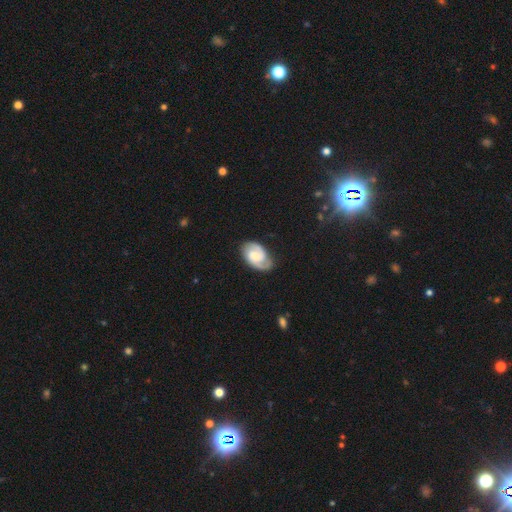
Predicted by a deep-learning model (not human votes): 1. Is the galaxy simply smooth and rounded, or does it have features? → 76% featured or disk, 19% smooth, 6% star or artifact.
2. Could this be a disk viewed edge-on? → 97% no, 3% yes.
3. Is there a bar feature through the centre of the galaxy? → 49% no, 42% weak, 9% strong.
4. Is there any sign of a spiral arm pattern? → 95% yes, 5% no.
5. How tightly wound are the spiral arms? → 44% medium (tied), 44% tight (tied), 13% loose.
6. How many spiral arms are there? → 84% 2, 7% can't tell, 6% 1, 2% 3, 1% 4, 1% more than 4.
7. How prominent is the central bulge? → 38% moderate, 36% small, 14% none, 10% large, 2% dominant.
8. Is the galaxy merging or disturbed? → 73% none, 20% minor disturbance, 6% major disturbance, 2% merger.